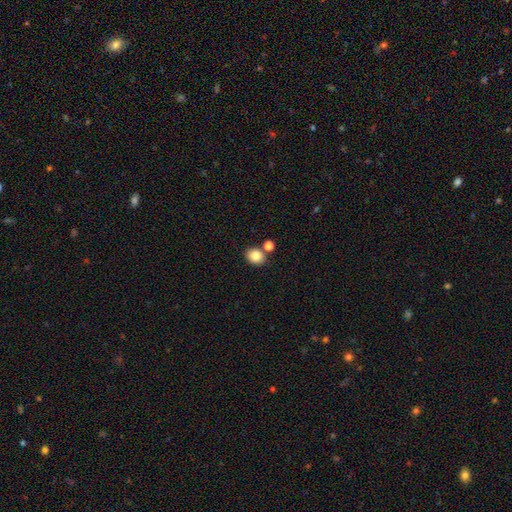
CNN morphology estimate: Smooth or featured? Predicted: smooth (p=0.84). How rounded? Predicted: round (p=0.60). Merging? Predicted: none (p=0.74).